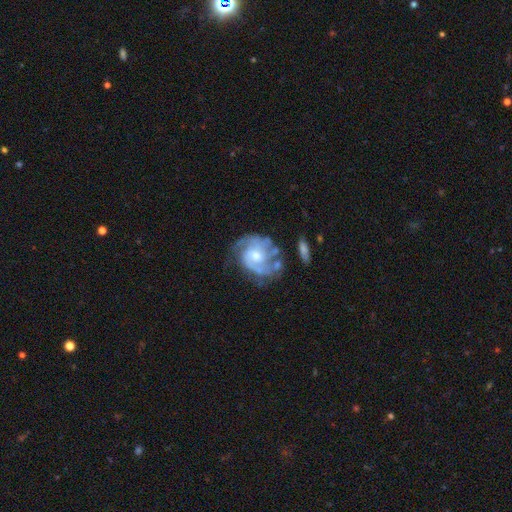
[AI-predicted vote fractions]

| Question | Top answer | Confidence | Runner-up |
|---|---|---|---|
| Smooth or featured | featured or disk | 83% | smooth (12%) |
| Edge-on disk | no | 98% | yes (2%) |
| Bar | no | 62% | weak (33%) |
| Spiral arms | yes | 92% | no (8%) |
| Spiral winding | tight | 47% | medium (40%) |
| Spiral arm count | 2 | 38% | can't tell (28%) |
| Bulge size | moderate | 60% | small (32%) |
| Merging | none | 54% | minor disturbance (23%) |